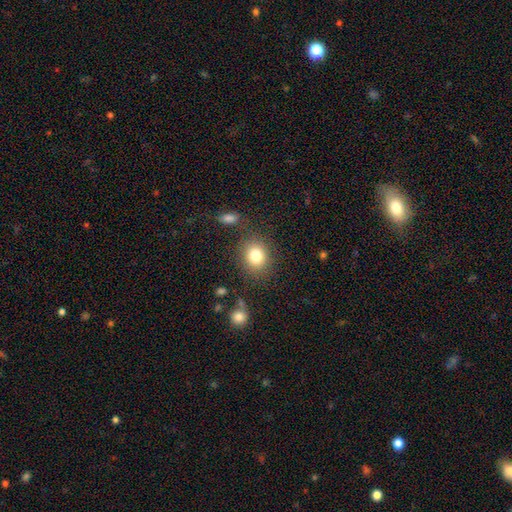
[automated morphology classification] Smooth or featured? Predicted: smooth (p=0.80). How rounded? Predicted: round (p=0.69). Merging? Predicted: none (p=0.81).